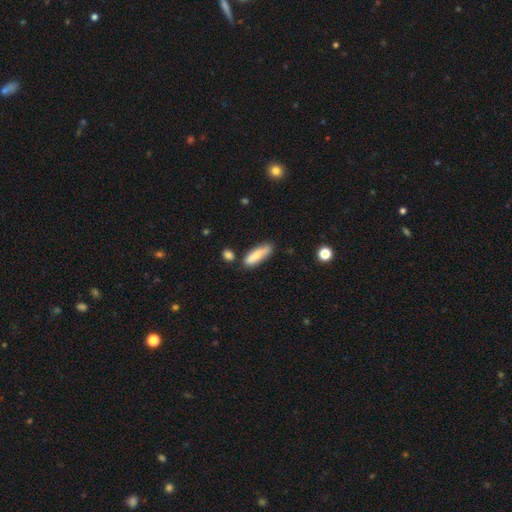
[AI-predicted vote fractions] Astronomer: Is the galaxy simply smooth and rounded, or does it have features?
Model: smooth — 79%.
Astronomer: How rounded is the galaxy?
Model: cigar-shaped — 54% (runner-up: in between, 44%).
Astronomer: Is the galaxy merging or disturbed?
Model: none — 69%.